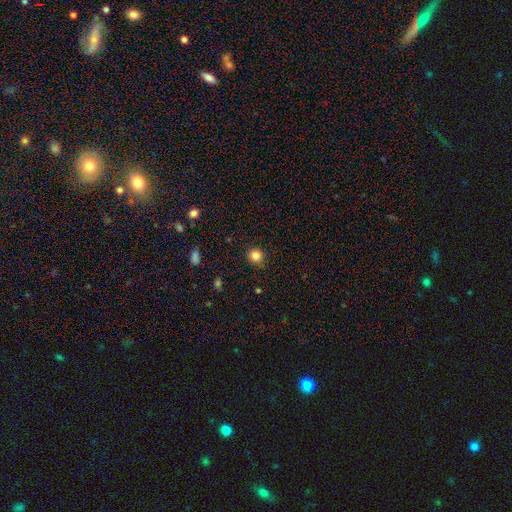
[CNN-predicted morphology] type=smooth (84%); roundness=round (82%); merging=none (90%).